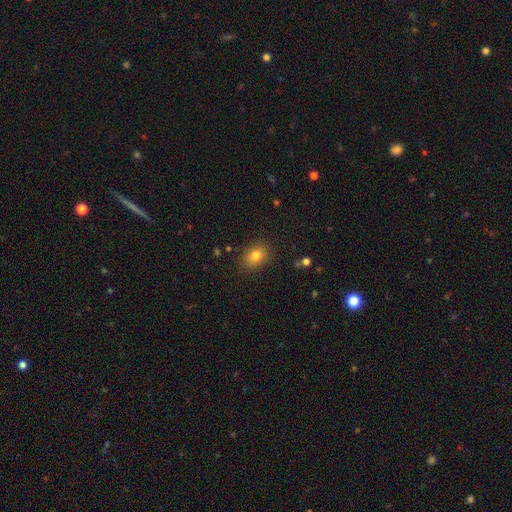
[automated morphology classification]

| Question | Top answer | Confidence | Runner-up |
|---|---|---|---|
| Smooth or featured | smooth | 80% | star or artifact (12%) |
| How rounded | in between | 60% | round (39%) |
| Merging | none | 86% | minor disturbance (10%) |